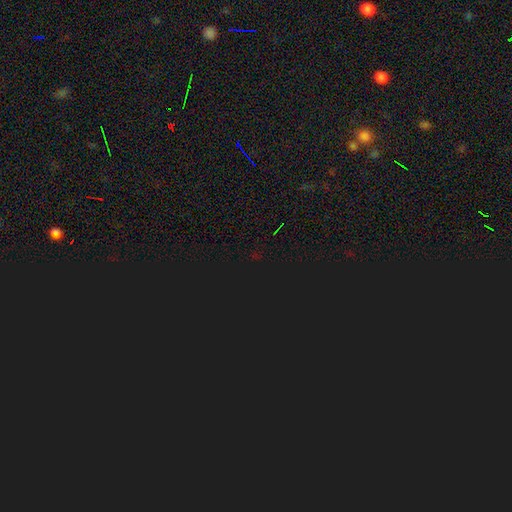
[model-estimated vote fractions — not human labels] A star or artifact, not a galaxy (81%).

Vote fractions:
- Smooth or featured? star or artifact: 81% / smooth: 13% / featured or disk: 6%